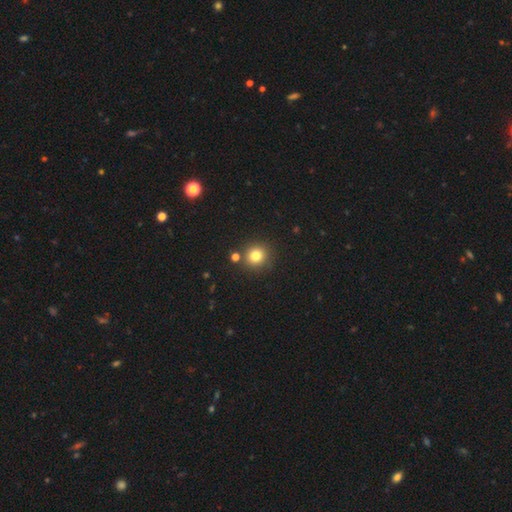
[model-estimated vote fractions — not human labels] Smooth or featured?
  - smooth: 80% *
  - star or artifact: 13%
  - featured or disk: 6%
How rounded?
  - round: 91% *
  - in between: 8%
  - cigar-shaped: 1%
Merging?
  - none: 83% *
  - minor disturbance: 8%
  - merger: 7%
  - major disturbance: 3%